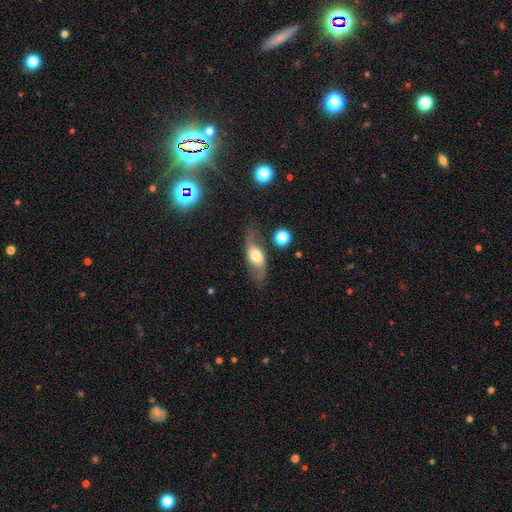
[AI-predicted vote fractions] Smooth or featured? featured or disk (57%)
Edge-on disk? no (75%)
Merging? none (70%)